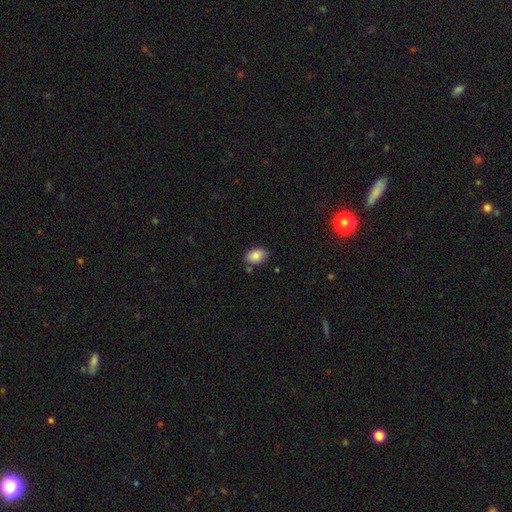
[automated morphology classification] Smooth or featured: smooth — 86% (star or artifact — 8%)
How rounded: in between — 83% (round — 16%)
Merging: none — 75% (minor disturbance — 17%)